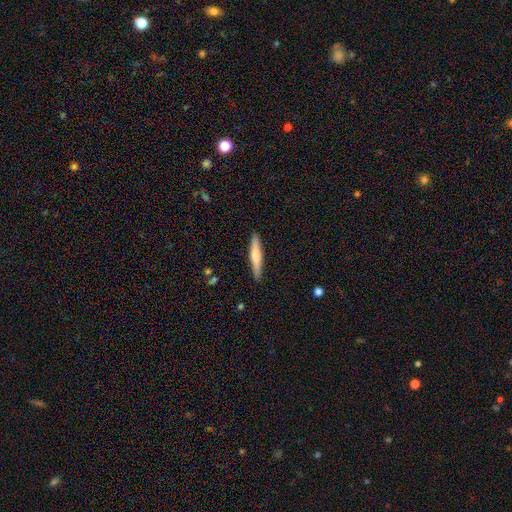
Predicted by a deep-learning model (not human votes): Smooth or featured?
  - smooth: 61% *
  - featured or disk: 34%
  - star or artifact: 5%
How rounded?
  - cigar-shaped: 92% *
  - in between: 6%
  - round: 1%
Merging?
  - none: 90% *
  - minor disturbance: 7%
  - major disturbance: 1%
  - merger: 1%